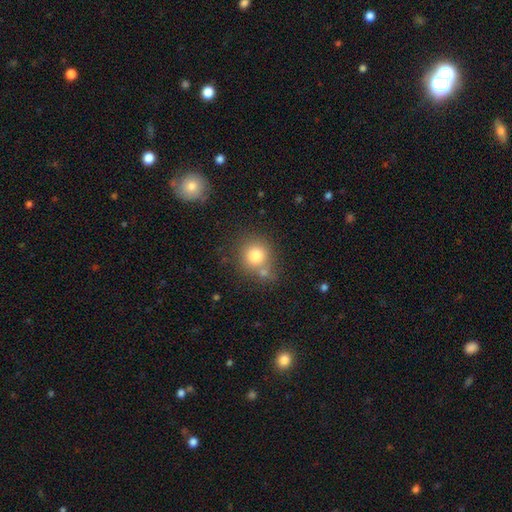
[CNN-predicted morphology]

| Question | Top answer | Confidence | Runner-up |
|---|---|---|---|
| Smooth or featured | smooth | 80% | star or artifact (11%) |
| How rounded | round | 89% | in between (10%) |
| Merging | none | 65% | merger (18%) |